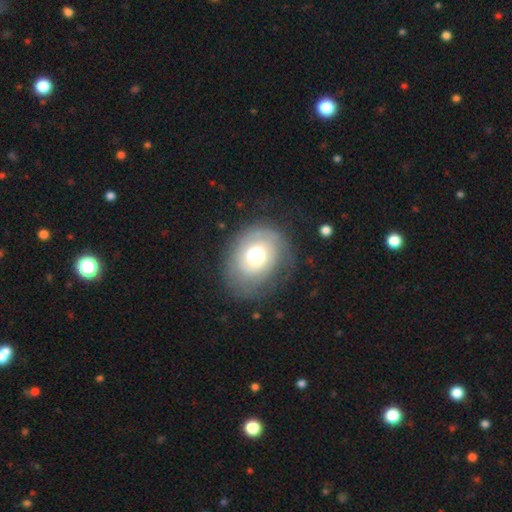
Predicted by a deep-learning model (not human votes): This appears to be a featured or disk galaxy (53%) with no bar (82%), spiral arms (69%) and a large central bulge (49%). Merging: none (67%).